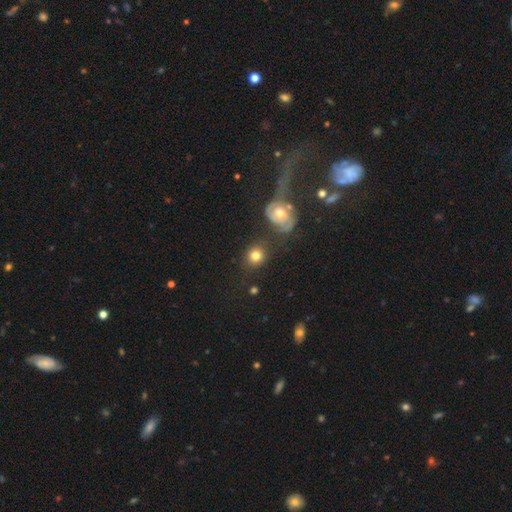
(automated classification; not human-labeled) Smooth or featured? Predicted: smooth (p=0.77). How rounded? Predicted: round (p=0.81). Merging? Predicted: none (p=0.69).